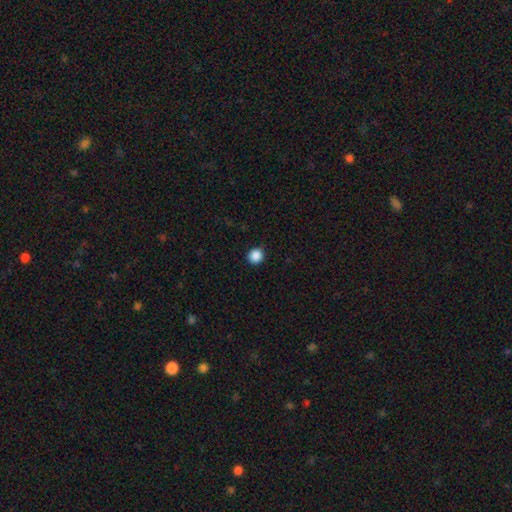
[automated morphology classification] This is clearly a smooth galaxy (88%). How rounded: clearly round (91%). Merging: clearly none (92%).